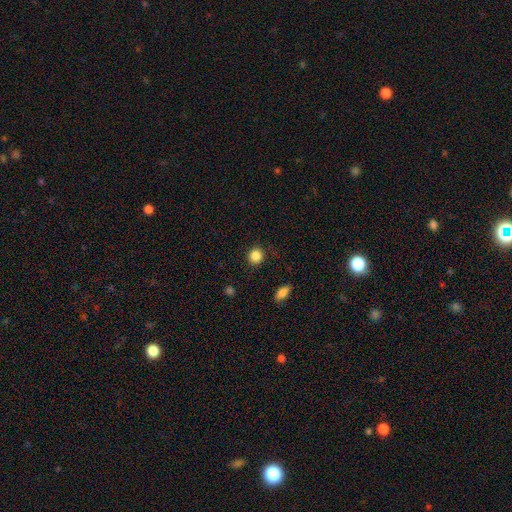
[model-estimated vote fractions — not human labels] This appears to be a smooth galaxy with no disk features (87%) that is round (89%). Merging: none (89%).